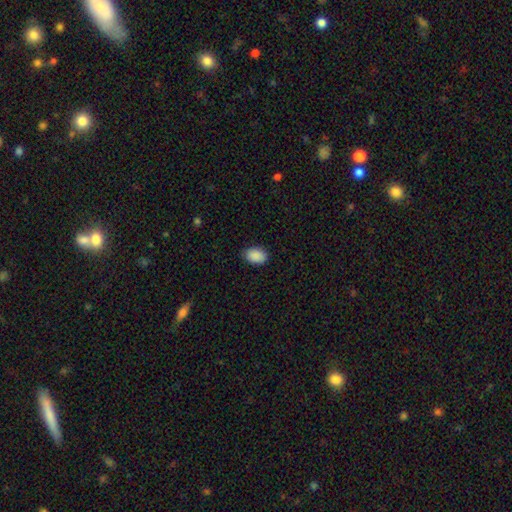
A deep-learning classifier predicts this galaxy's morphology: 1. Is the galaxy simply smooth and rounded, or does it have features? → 90% smooth, 7% star or artifact, 3% featured or disk.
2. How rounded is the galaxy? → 86% in between, 13% round, 1% cigar-shaped.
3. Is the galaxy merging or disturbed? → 85% none, 12% minor disturbance, 2% major disturbance, 1% merger.